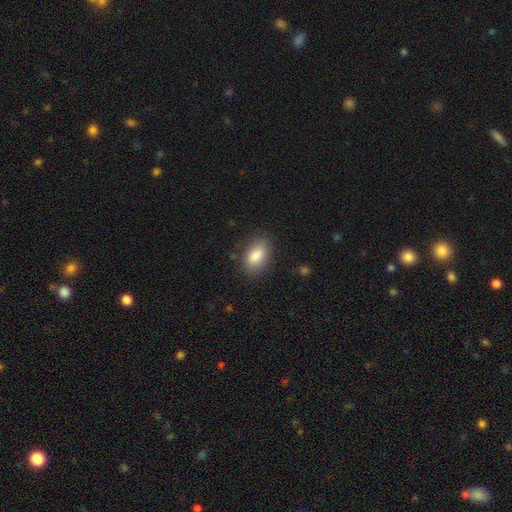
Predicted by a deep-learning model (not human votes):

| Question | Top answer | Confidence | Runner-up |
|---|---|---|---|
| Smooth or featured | smooth | 86% | star or artifact (7%) |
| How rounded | in between | 89% | round (9%) |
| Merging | none | 82% | minor disturbance (13%) |